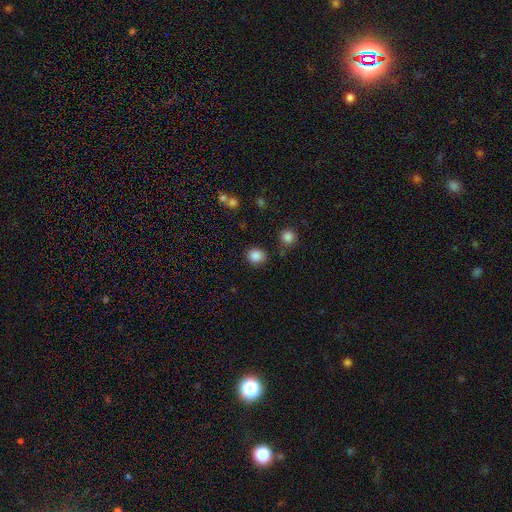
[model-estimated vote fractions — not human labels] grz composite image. It shows a smooth galaxy with no disk features (86%) that is round (80%). Merging: none (84%).